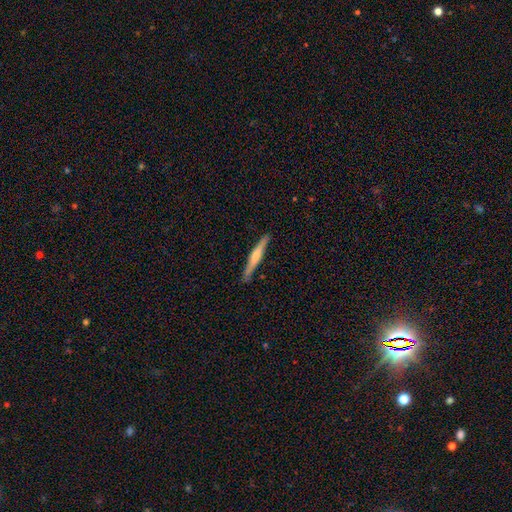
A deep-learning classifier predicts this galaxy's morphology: A featured or disk galaxy (67%) viewed edge-on (98%) with a rounded central bulge (76%).

Vote fractions:
- Smooth or featured? featured or disk: 67% / smooth: 27% / star or artifact: 6%
- Edge-on disk? yes: 98% / no: 2%
- Edge-on bulge? rounded: 76% / none: 13% / boxy: 11%
- Merging? none: 90% / minor disturbance: 7% / major disturbance: 1% / merger: 1%